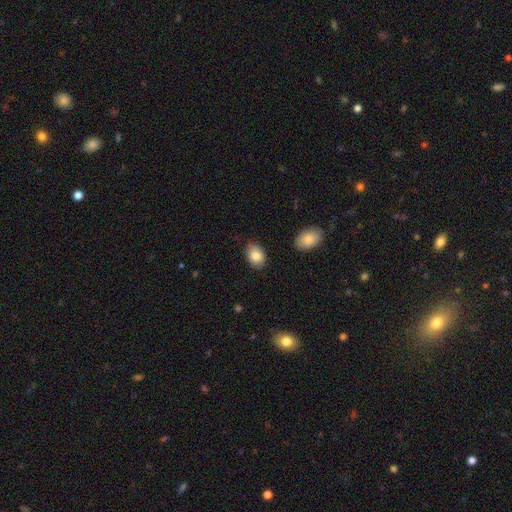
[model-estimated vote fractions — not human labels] The model was most divided on "how rounded": in between: 82%, round: 17%, cigar-shaped: 1%. More confident: smooth or featured — smooth (86%); merging — none (82%).